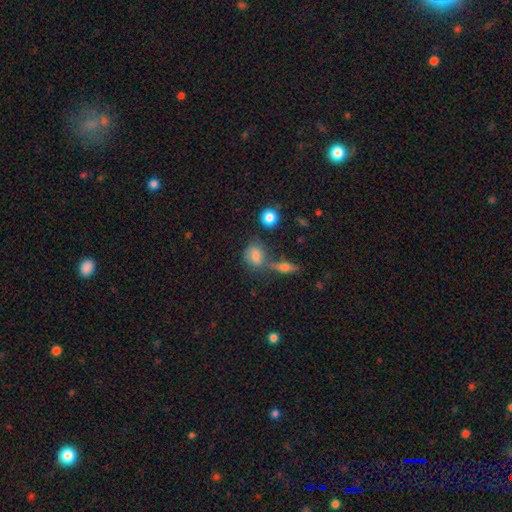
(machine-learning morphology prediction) The model was most divided on "how rounded": in between: 60%, round: 35%, cigar-shaped: 5%. More confident: smooth or featured — smooth (72%); merging — none (55%).